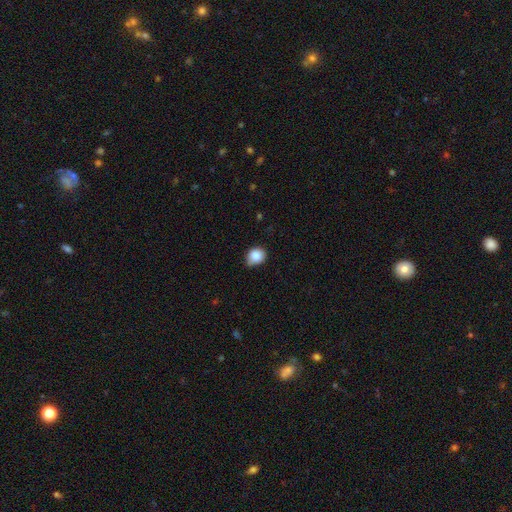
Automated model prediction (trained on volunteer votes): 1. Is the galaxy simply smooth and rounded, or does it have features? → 86% smooth, 9% star or artifact, 5% featured or disk.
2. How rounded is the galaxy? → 63% round, 36% in between, 1% cigar-shaped.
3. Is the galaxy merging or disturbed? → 63% none, 31% minor disturbance, 4% major disturbance, 2% merger.